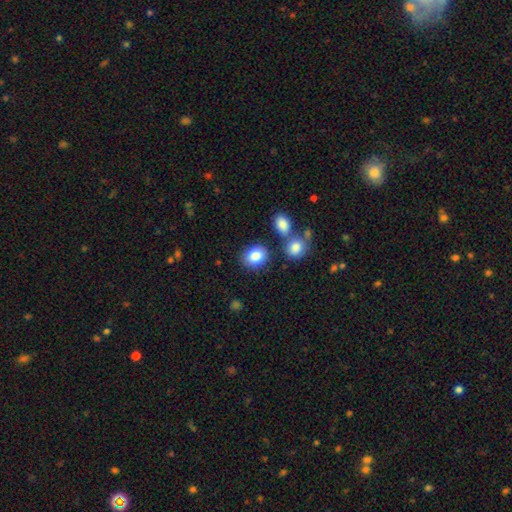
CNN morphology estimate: Smooth or featured? Predicted: smooth (p=0.84). How rounded? Predicted: in between (p=0.50). Merging? Predicted: none (p=0.75).